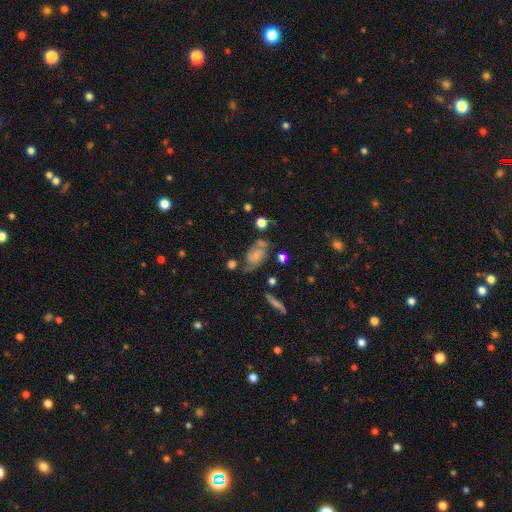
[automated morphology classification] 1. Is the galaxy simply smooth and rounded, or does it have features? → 57% featured or disk, 33% smooth, 10% star or artifact.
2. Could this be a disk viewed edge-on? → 95% no, 5% yes.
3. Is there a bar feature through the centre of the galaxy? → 70% no, 25% weak, 5% strong.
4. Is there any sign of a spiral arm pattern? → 86% yes, 14% no.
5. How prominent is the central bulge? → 44% small, 32% none, 17% moderate, 5% large, 2% dominant.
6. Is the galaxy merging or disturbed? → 47% none, 26% minor disturbance, 17% major disturbance, 11% merger.